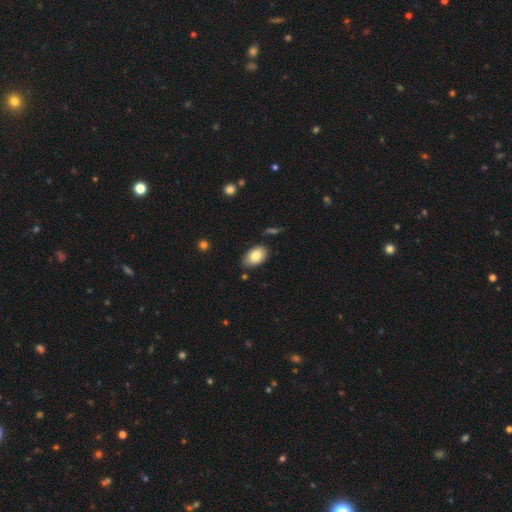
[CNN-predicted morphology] Smooth or featured? smooth (83%)
How rounded? in between (91%)
Merging? none (79%)